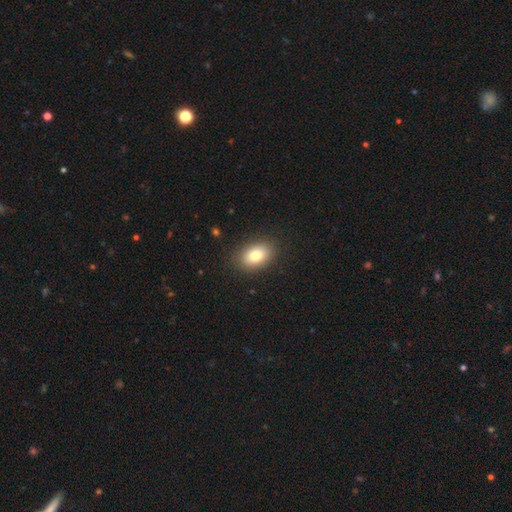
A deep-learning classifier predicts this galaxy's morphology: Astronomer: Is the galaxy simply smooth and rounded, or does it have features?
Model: smooth — 80%.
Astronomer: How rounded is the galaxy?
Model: in between — 84%.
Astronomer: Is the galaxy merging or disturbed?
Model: none — 88%.